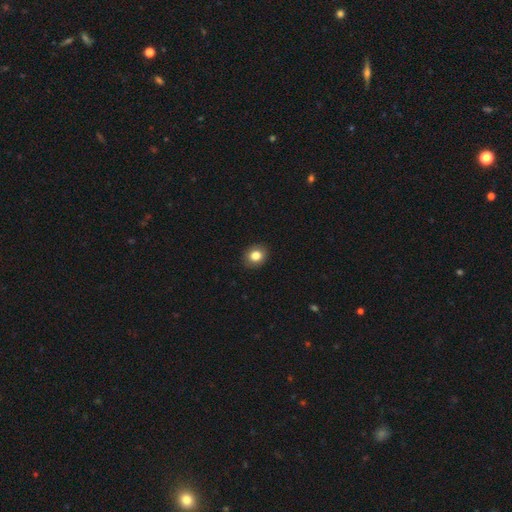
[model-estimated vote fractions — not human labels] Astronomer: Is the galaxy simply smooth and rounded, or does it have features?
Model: smooth — 83%.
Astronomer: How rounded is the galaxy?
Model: round — 67%.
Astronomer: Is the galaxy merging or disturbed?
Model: none — 91%.